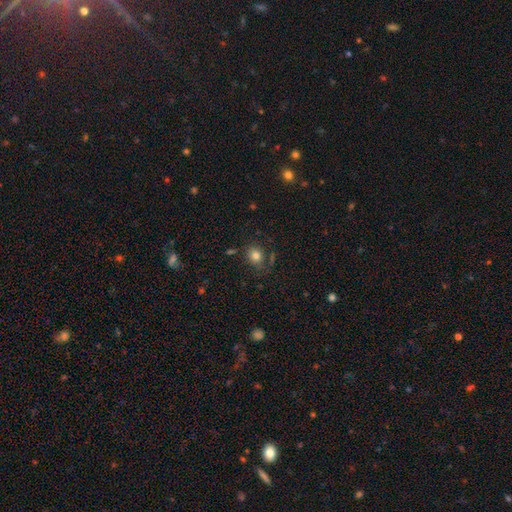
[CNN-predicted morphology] smooth-or-featured: smooth: 80% | star or artifact: 12% | featured or disk: 8%
  how-rounded: round: 68% | in between: 31% | cigar-shaped: 1%
  merging: none: 74% | minor disturbance: 15% | major disturbance: 6% | merger: 5%